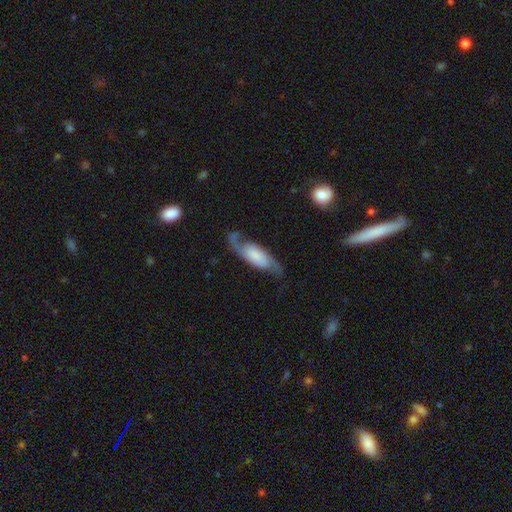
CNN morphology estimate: Q: Smooth or featured?
A: featured or disk (75%); runner-up: smooth (19%)
Q: Edge-on disk?
A: no (90%); runner-up: yes (10%)
Q: Bar?
A: no (57%); runner-up: weak (30%)
Q: Spiral arms?
A: yes (95%); runner-up: no (5%)
Q: Spiral winding?
A: loose (56%); runner-up: medium (33%)
Q: Spiral arm count?
A: 2 (90%); runner-up: 1 (4%)
Q: Bulge size?
A: none (28%); runner-up: large (25%)
Q: Merging?
A: none (70%); runner-up: minor disturbance (18%)